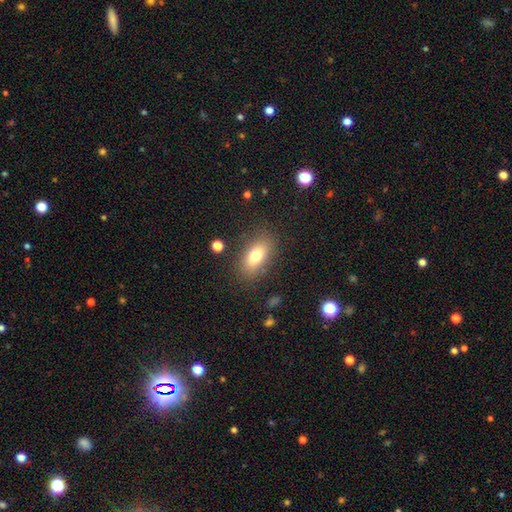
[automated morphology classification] Smooth or featured? smooth (76%)
How rounded? in between (86%)
Merging? none (83%)